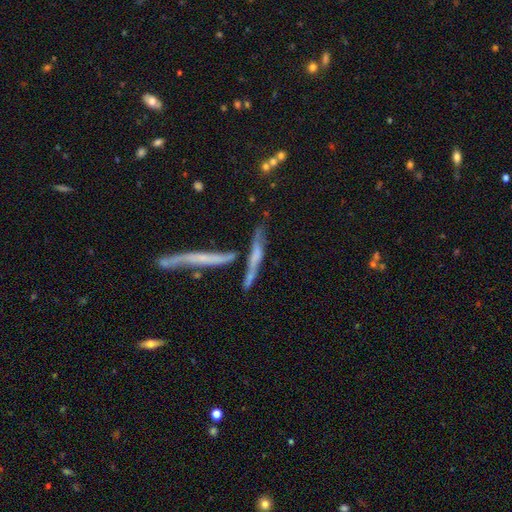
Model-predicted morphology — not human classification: A featured or disk galaxy (54%) viewed edge-on (72%).

Vote fractions:
- Smooth or featured? featured or disk: 54% / smooth: 36% / star or artifact: 10%
- Edge-on disk? yes: 72% / no: 28%
- Merging? none: 39% / merger: 34% / minor disturbance: 16% / major disturbance: 12%